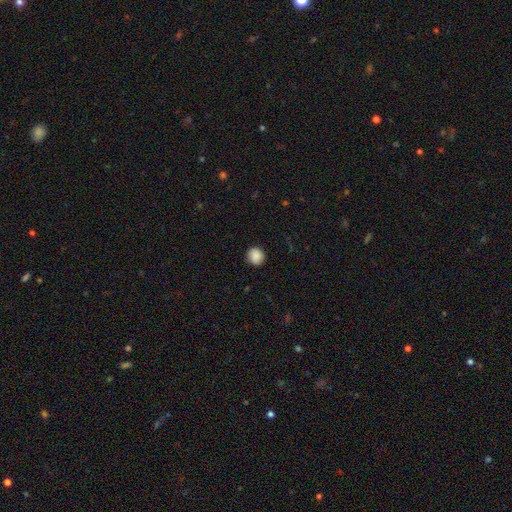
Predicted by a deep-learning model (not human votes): smooth 88%, star or artifact 8%, featured or disk 3%. Down the decision tree: how rounded — round (89%); merging — none (88%).